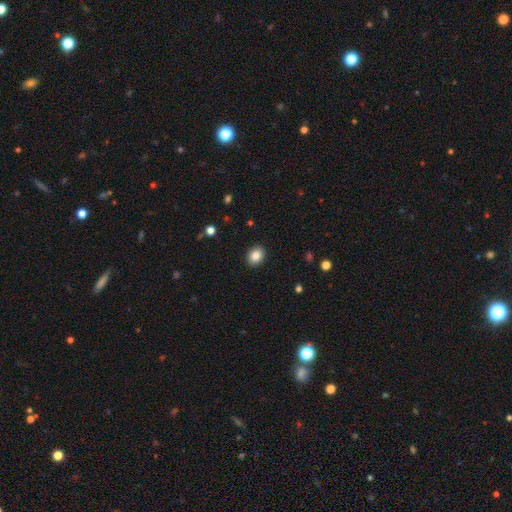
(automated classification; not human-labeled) A smooth galaxy with no disk features (85%) that is round (50%).

Vote fractions:
- Smooth or featured? smooth: 85% / star or artifact: 9% / featured or disk: 6%
- How rounded? round: 50% / in between: 49% / cigar-shaped: 1%
- Merging? none: 91% / minor disturbance: 6% / major disturbance: 2% / merger: 1%